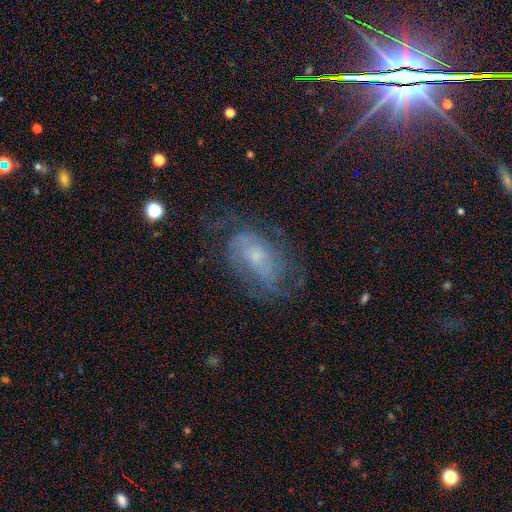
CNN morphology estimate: This is likely a featured or disk galaxy (66%). It is clearly not viewed edge-on (96%). Bar: likely no (69%). Spiral arm pattern: clearly yes (82%). Spiral arm count: possibly can't tell (46%). Spiral winding: marginally tight (43%). Central bulge: likely small (62%). Merging: possibly none (60%).